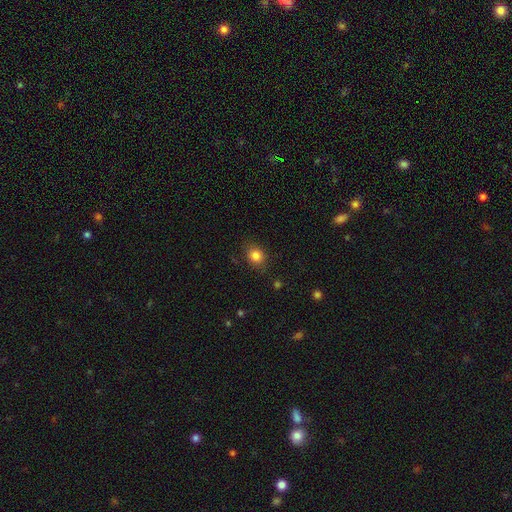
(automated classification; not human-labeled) Q: Smooth or featured?
A: smooth (83%); runner-up: star or artifact (11%)
Q: How rounded?
A: round (65%); runner-up: in between (34%)
Q: Merging?
A: none (83%); runner-up: minor disturbance (13%)